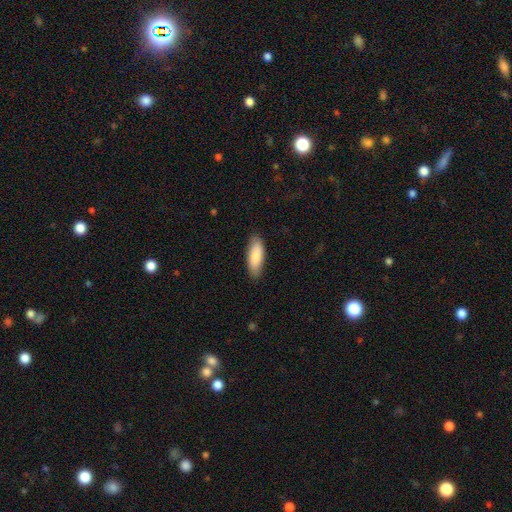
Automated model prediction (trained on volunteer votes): Morphology: type=smooth (85%); roundness=in between (68%); merging=none (85%).